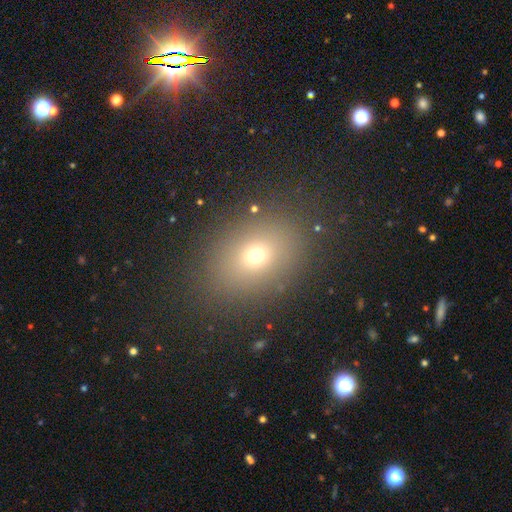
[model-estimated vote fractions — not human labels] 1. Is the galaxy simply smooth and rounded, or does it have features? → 67% smooth, 21% star or artifact, 12% featured or disk.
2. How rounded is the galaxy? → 61% in between, 37% round, 1% cigar-shaped.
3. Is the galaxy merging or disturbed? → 86% none, 8% minor disturbance, 4% major disturbance, 2% merger.